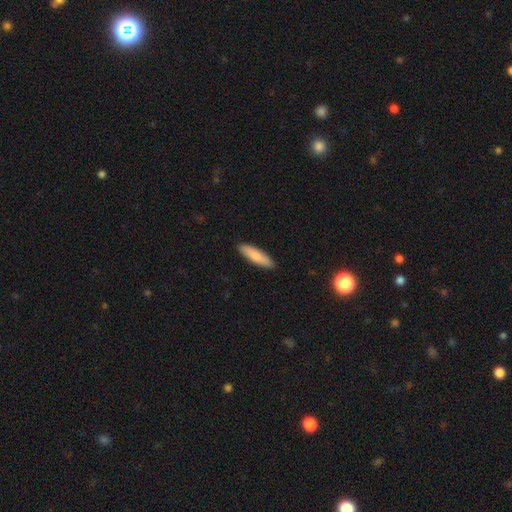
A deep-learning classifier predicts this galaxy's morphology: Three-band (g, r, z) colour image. It shows a smooth galaxy with no disk features (83%) that is cigar-shaped (66%). Merging: none (91%).